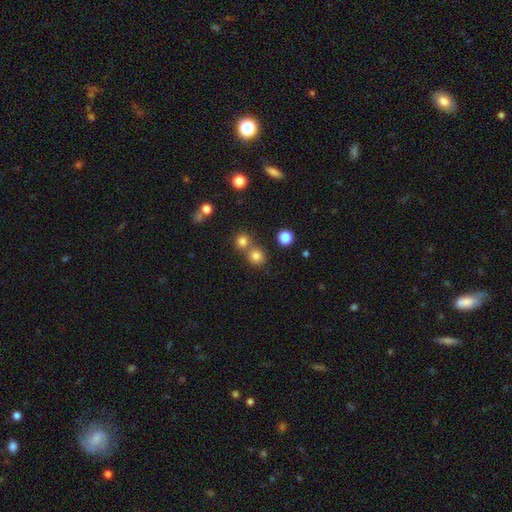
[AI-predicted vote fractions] Smooth or featured? smooth (79%)
How rounded? round (89%)
Merging? none (63%)